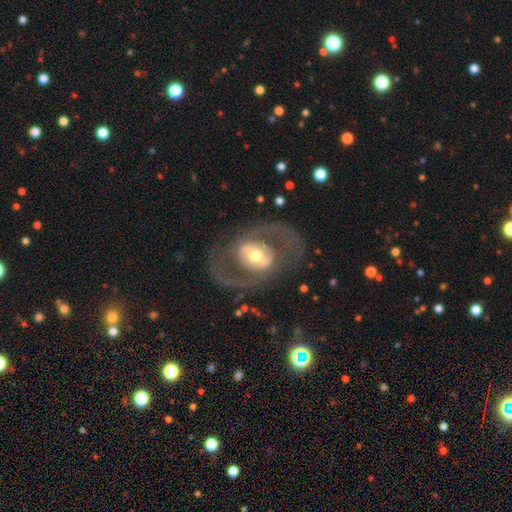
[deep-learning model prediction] Overall: featured or disk (80%). Edge-on disk: no (95%). Bar: no (40%; weak 34%). Spiral arms: yes (65%; no 35%). Bulge size: moderate (66%). Merging: none (73%).